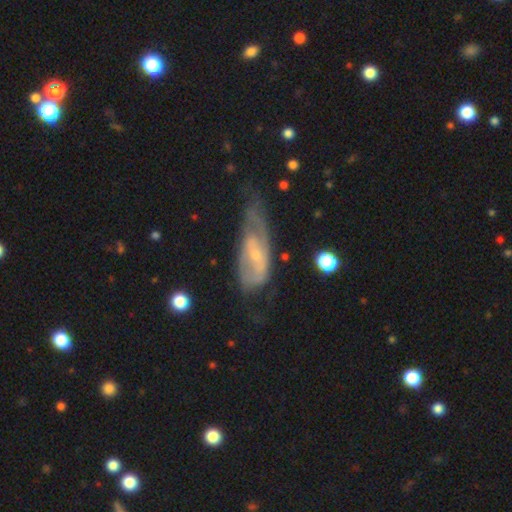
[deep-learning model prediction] A featured or disk galaxy (69%) with no bar (51%), spiral arms (74%) and a small central bulge (67%). Merging: major disturbance (33%).